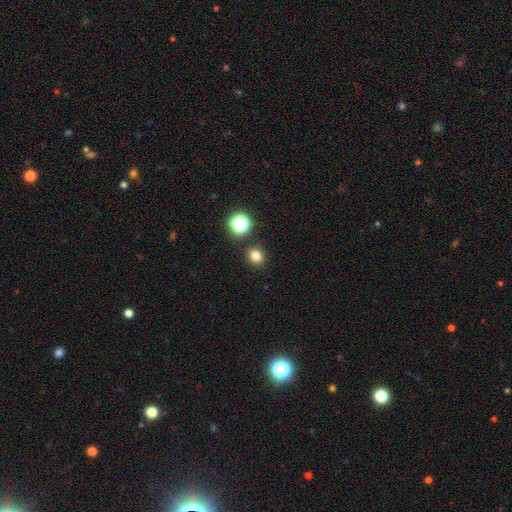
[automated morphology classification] Smooth or featured?
  - smooth: 78% *
  - star or artifact: 16%
  - featured or disk: 6%
How rounded?
  - round: 79% *
  - in between: 20%
  - cigar-shaped: 1%
Merging?
  - none: 87% *
  - minor disturbance: 7%
  - merger: 4%
  - major disturbance: 2%